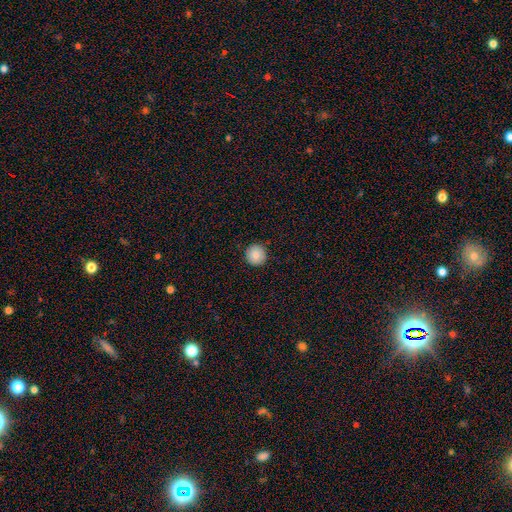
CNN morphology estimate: This is clearly a smooth galaxy (85%). How rounded: clearly round (94%). Merging: clearly none (90%).